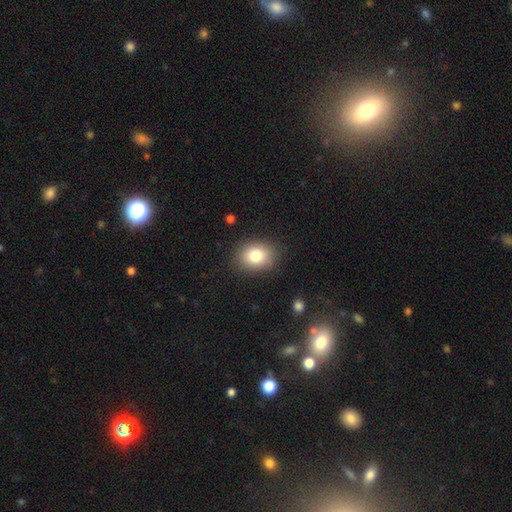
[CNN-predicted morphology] A smooth galaxy with no disk features (81%) that is in between round and cigar-shaped (50%). Merging: none (87%).